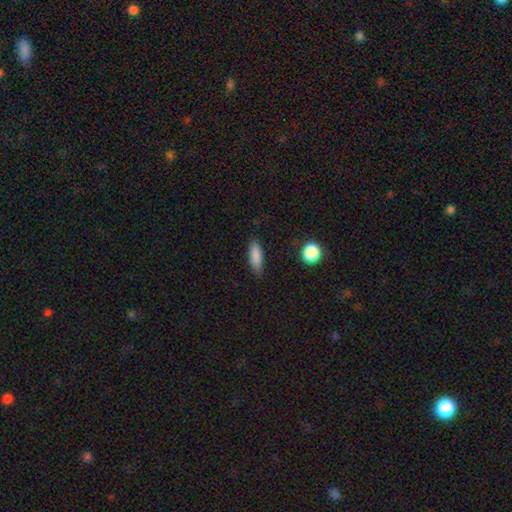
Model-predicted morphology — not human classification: Smooth or featured? Predicted: smooth (p=0.85). How rounded? Predicted: in between (p=0.55). Merging? Predicted: none (p=0.81).